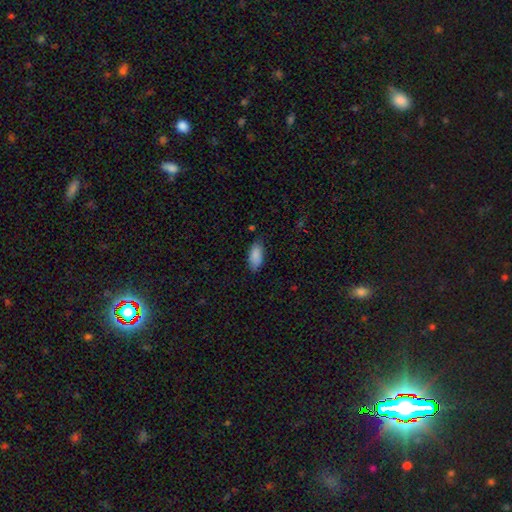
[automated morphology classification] A smooth galaxy with no disk features (89%) that is in between round and cigar-shaped (90%).

Vote fractions:
- Smooth or featured? smooth: 89% / star or artifact: 6% / featured or disk: 5%
- How rounded? in between: 90% / cigar-shaped: 8% / round: 2%
- Merging? none: 77% / minor disturbance: 18% / major disturbance: 3% / merger: 1%